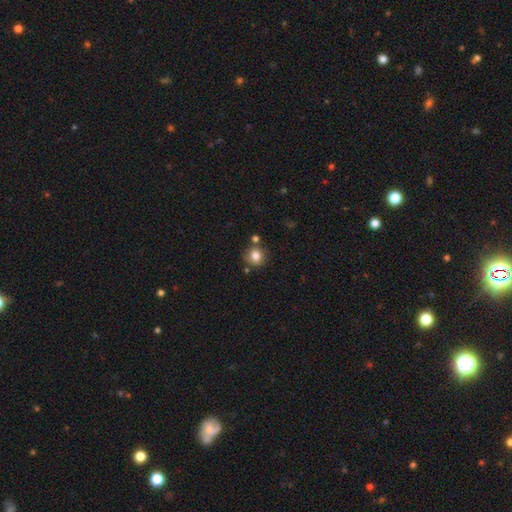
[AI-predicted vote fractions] smooth 81%, star or artifact 11%, featured or disk 8%. Down the decision tree: how rounded — round (85%); merging — none (74%).